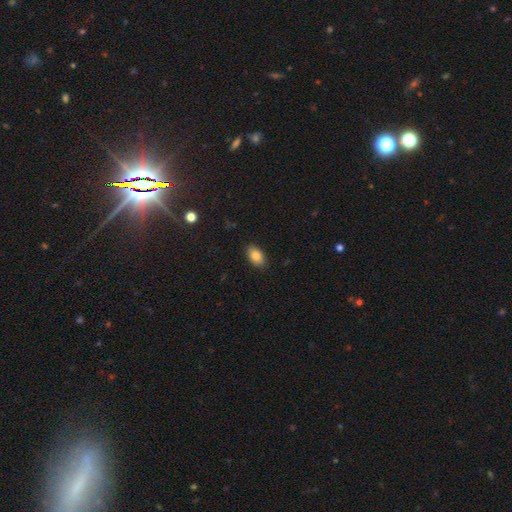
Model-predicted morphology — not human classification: The model was most divided on "smooth or featured": smooth: 86%, star or artifact: 8%, featured or disk: 6%. More confident: how rounded — in between (92%); merging — none (88%).